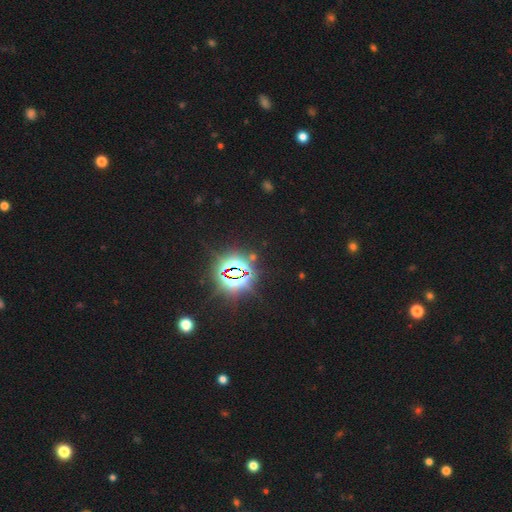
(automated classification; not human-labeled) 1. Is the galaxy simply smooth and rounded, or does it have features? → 83% star or artifact, 11% smooth, 6% featured or disk.